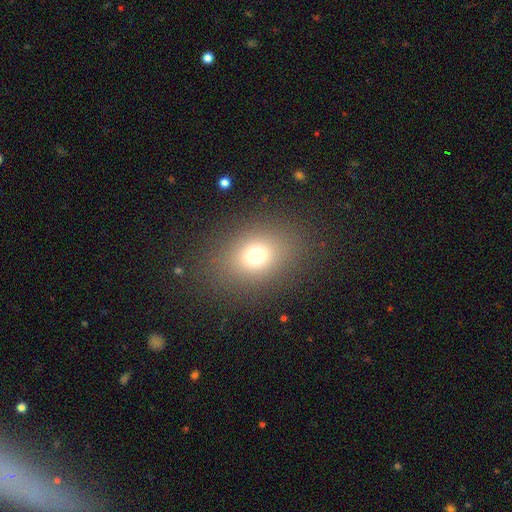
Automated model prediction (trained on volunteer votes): Q: Smooth or featured?
A: smooth (71%); runner-up: star or artifact (19%)
Q: How rounded?
A: in between (52%); runner-up: round (47%)
Q: Merging?
A: none (83%); runner-up: minor disturbance (9%)